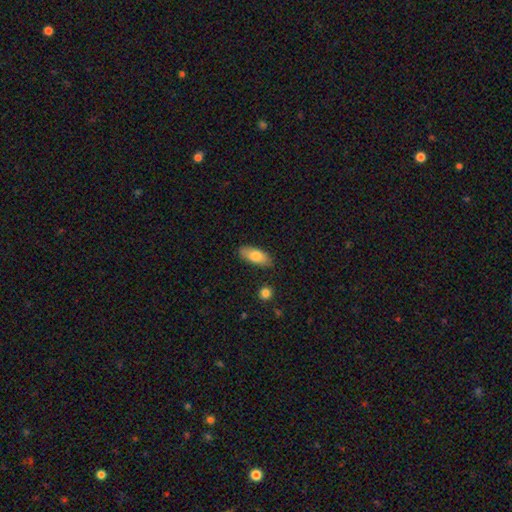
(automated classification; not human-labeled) smooth_or_featured: smooth (p=0.78) [alt: featured or disk p=0.16]
how_rounded: in between (p=0.83) [alt: cigar-shaped p=0.14]
merging: none (p=0.84) [alt: minor disturbance p=0.12]